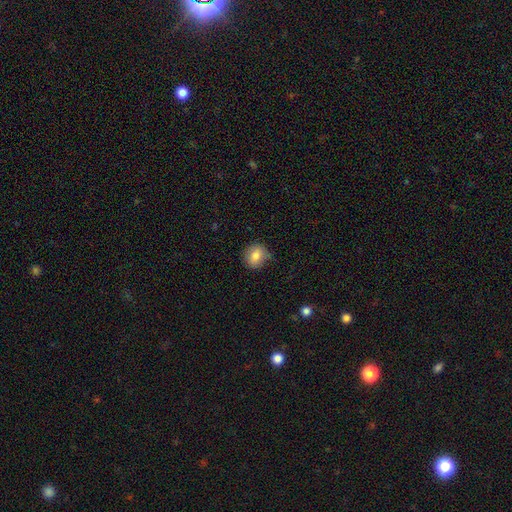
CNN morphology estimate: The model was most divided on "how rounded": round: 72%, in between: 27%, cigar-shaped: 1%. More confident: smooth or featured — smooth (81%); merging — none (76%).